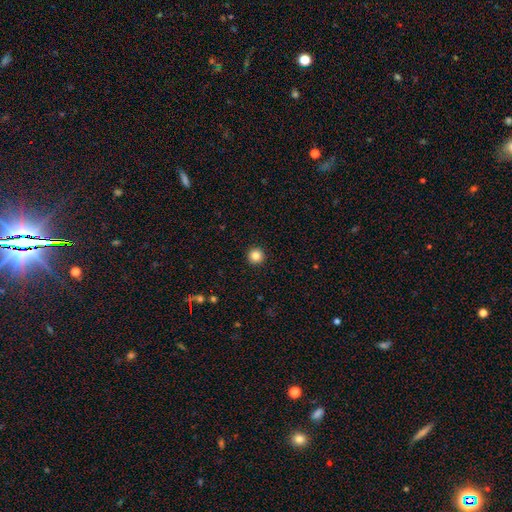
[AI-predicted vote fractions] This appears to be a smooth galaxy with no disk features (84%) that is round (96%). Merging: none (94%).